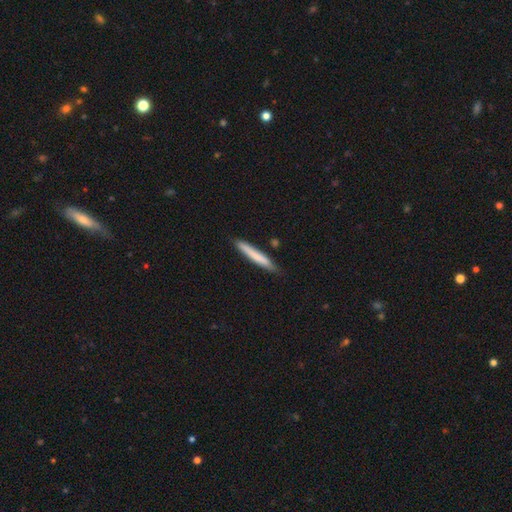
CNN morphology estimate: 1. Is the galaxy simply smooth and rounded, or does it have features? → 74% smooth, 21% featured or disk, 5% star or artifact.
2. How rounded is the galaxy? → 95% cigar-shaped, 4% in between, 1% round.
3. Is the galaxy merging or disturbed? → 83% none, 13% minor disturbance, 2% merger, 2% major disturbance.